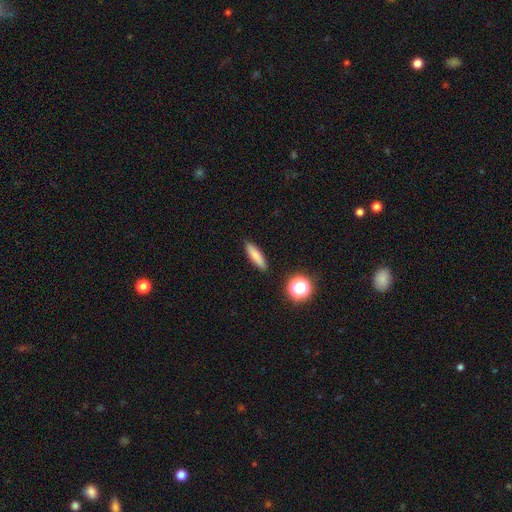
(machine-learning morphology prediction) Smooth or featured?
  - smooth: 81% *
  - featured or disk: 10%
  - star or artifact: 9%
How rounded?
  - cigar-shaped: 69% *
  - in between: 28%
  - round: 4%
Merging?
  - none: 89% *
  - minor disturbance: 7%
  - major disturbance: 2%
  - merger: 2%